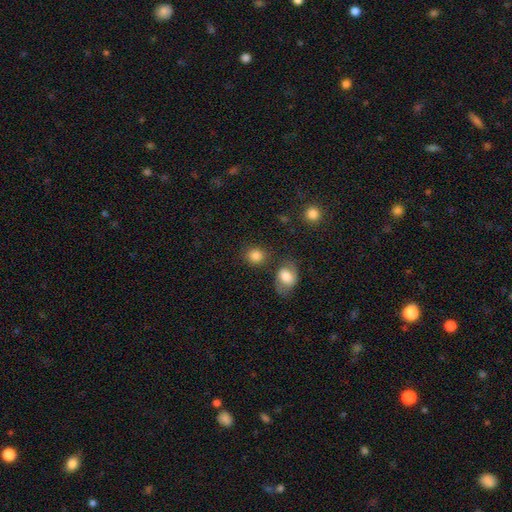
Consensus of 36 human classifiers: Smooth or featured?
  - smooth: 92% *
  - featured or disk: 6%
  - star or artifact: 3%
How rounded?
  - round: 85% *
  - in between: 15%
  - cigar-shaped: 0%
Merging?
  - none: 66% *
  - minor disturbance: 17%
  - merger: 14%
  - major disturbance: 3%